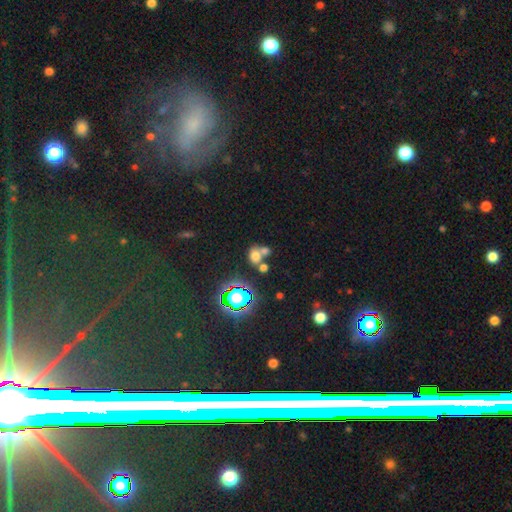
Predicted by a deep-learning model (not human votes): The model was most divided on "how rounded": round: 50%, in between: 48%, cigar-shaped: 2%. Remaining: smooth or featured — smooth (62%); merging — merger (50%).